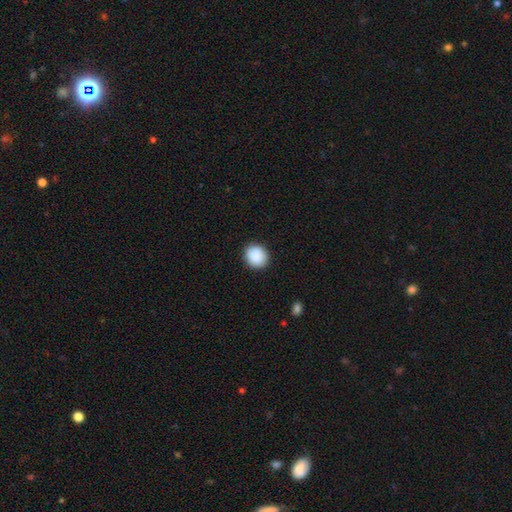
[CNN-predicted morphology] This appears to be a smooth galaxy with no disk features (90%) that is round (81%). Merging: none (91%).